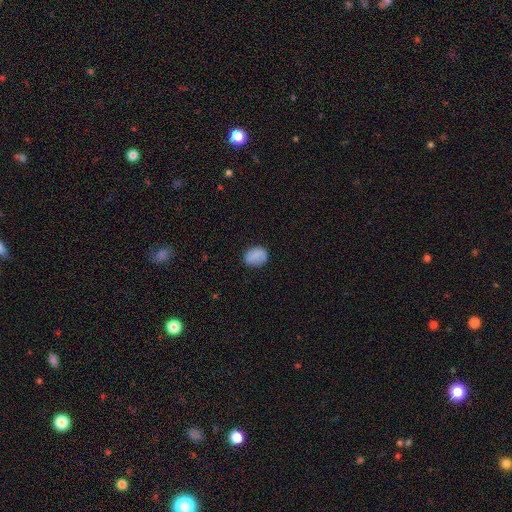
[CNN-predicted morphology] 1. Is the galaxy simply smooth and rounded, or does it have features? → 83% smooth, 9% featured or disk, 8% star or artifact.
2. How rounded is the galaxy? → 56% in between, 42% round, 1% cigar-shaped.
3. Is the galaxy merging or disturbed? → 80% none, 15% minor disturbance, 4% major disturbance, 1% merger.